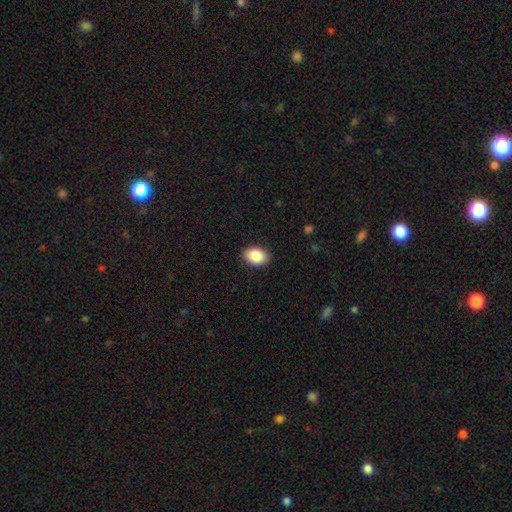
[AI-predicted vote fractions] A smooth galaxy with no disk features (88%) that is in between round and cigar-shaped (80%). Merging: none (89%).